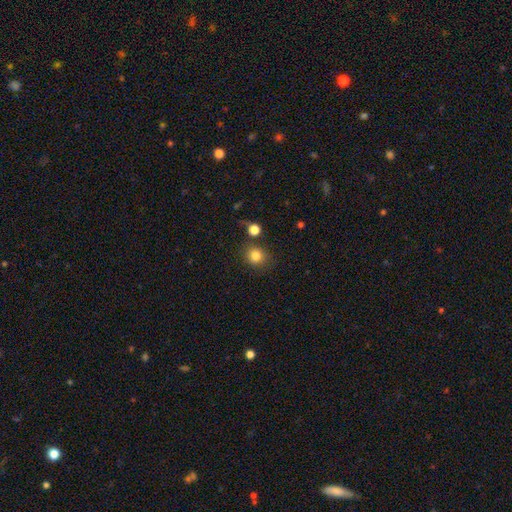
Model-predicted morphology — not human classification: Smooth or featured? smooth (82%)
How rounded? round (84%)
Merging? none (76%)